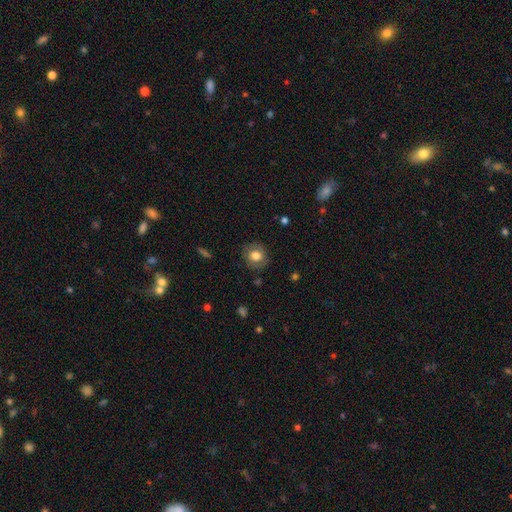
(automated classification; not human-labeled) Morphology: type=smooth (72%); roundness=round (73%); merging=none (82%).